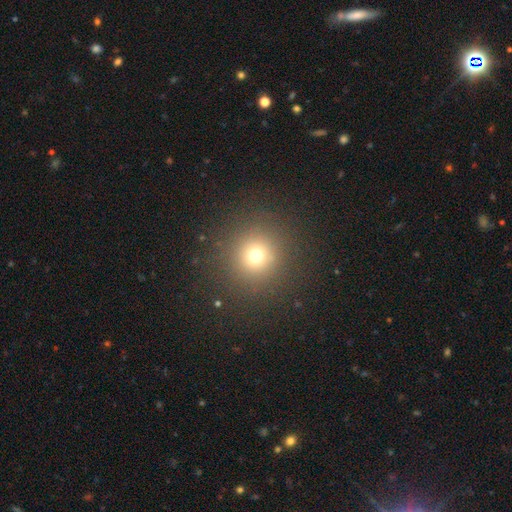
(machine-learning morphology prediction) Q: Smooth or featured?
A: smooth (70%); runner-up: star or artifact (21%)
Q: How rounded?
A: round (95%); runner-up: in between (5%)
Q: Merging?
A: none (88%); runner-up: minor disturbance (6%)